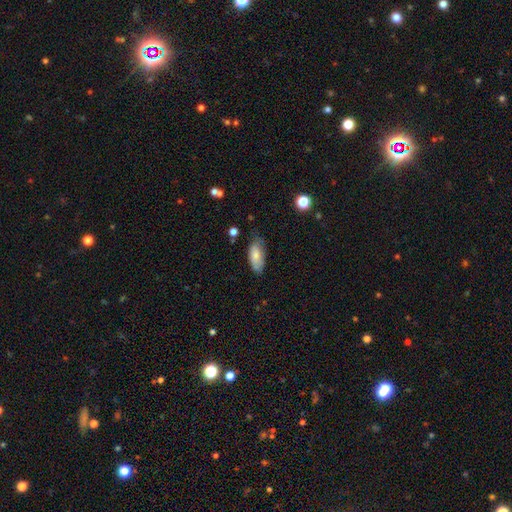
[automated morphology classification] This appears to be a smooth galaxy with no disk features (73%) that is in between round and cigar-shaped (88%). Merging: none (58%).